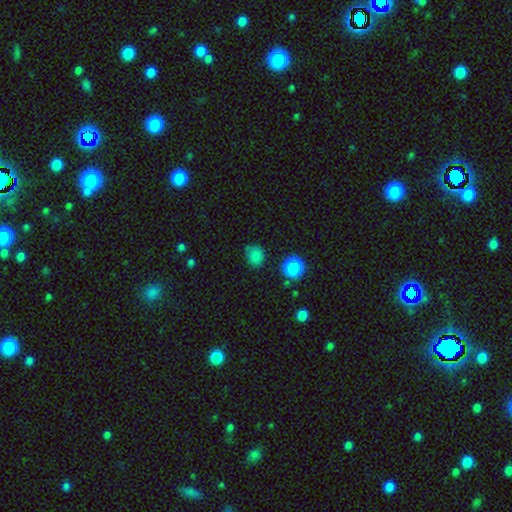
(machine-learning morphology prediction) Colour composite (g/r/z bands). It shows a smooth galaxy with no disk features (80%) that is round (70%). Merging: none (74%).